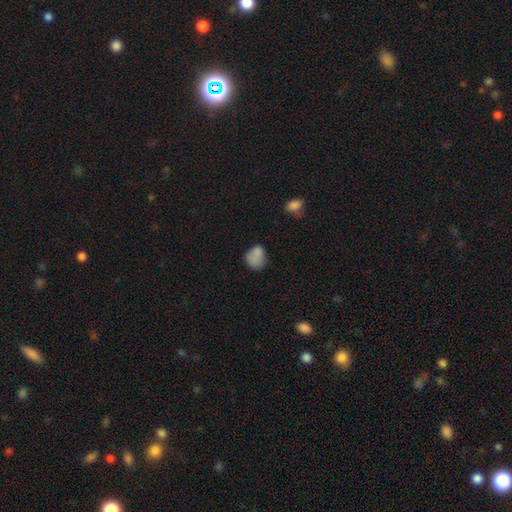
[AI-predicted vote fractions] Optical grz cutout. It shows a smooth galaxy with no disk features (79%) that is round (61%). Merging: none (52%).